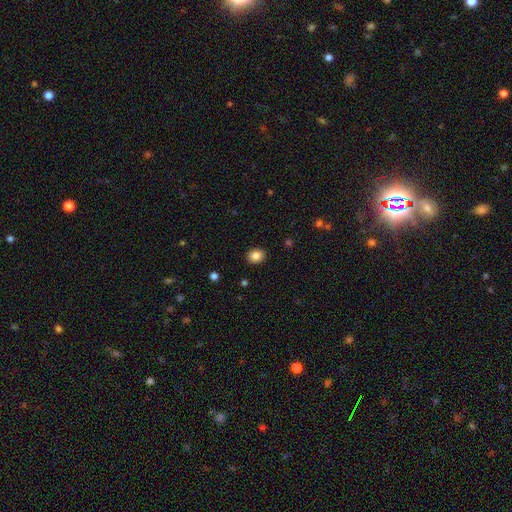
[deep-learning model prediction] smooth-or-featured: smooth: 85% | star or artifact: 10% | featured or disk: 5%
  how-rounded: round: 60% | in between: 39% | cigar-shaped: 1%
  merging: none: 91% | minor disturbance: 7% | major disturbance: 2% | merger: 1%